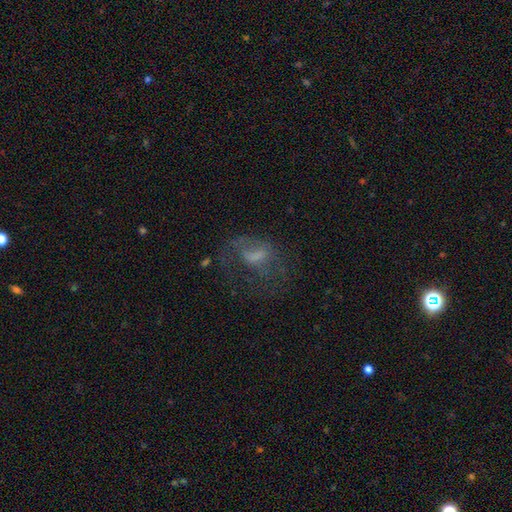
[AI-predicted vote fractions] The model was most divided on "merging": major disturbance: 45%, none: 34%, minor disturbance: 18%, merger: 3%. Remaining: smooth or featured — featured or disk (47%).